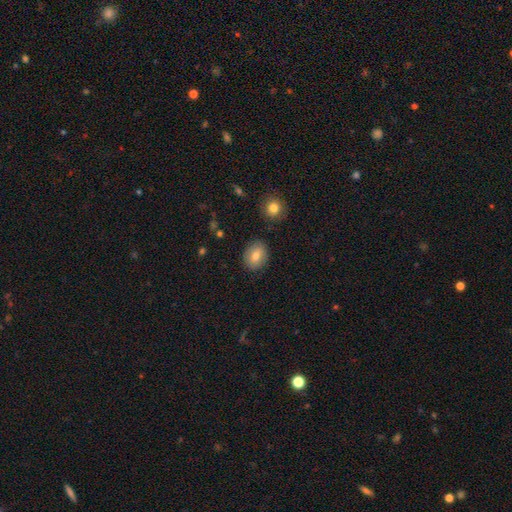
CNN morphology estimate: A smooth galaxy with no disk features (77%) that is round (51%).

Vote fractions:
- Smooth or featured? smooth: 77% / featured or disk: 14% / star or artifact: 9%
- How rounded? round: 51% / in between: 48% / cigar-shaped: 1%
- Merging? none: 86% / minor disturbance: 9% / major disturbance: 2% / merger: 2%